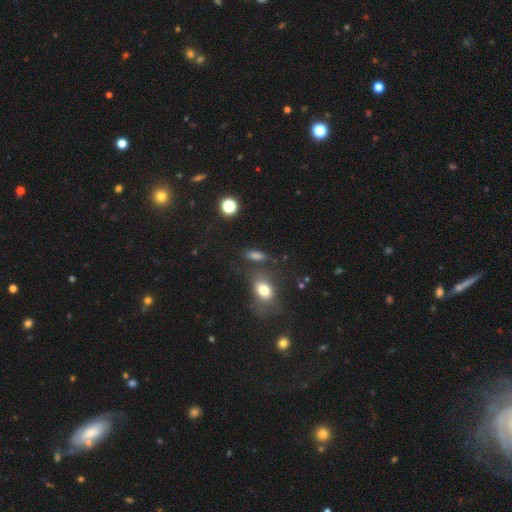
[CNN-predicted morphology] A smooth galaxy with no disk features (69%) that is in between round and cigar-shaped (60%). Merging: none (64%).